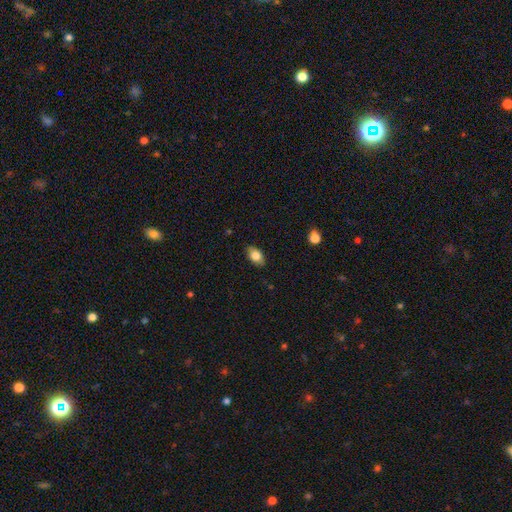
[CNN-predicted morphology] Q: Smooth or featured?
A: smooth (81%); runner-up: featured or disk (12%)
Q: How rounded?
A: in between (89%); runner-up: round (9%)
Q: Merging?
A: none (86%); runner-up: minor disturbance (11%)